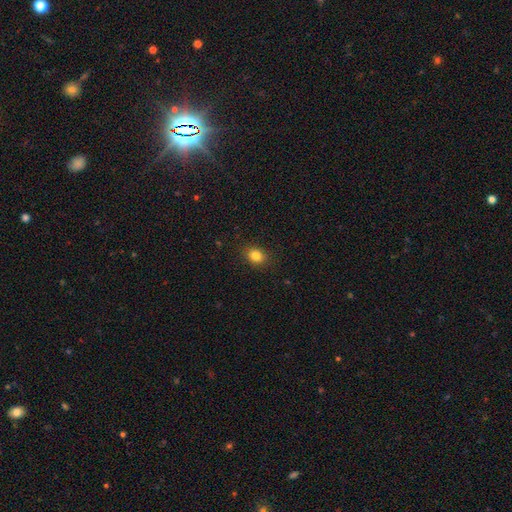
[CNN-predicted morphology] smooth_or_featured: smooth (p=0.83) [alt: star or artifact p=0.11]
how_rounded: in between (p=0.53) [alt: round p=0.46]
merging: none (p=0.88) [alt: minor disturbance p=0.09]